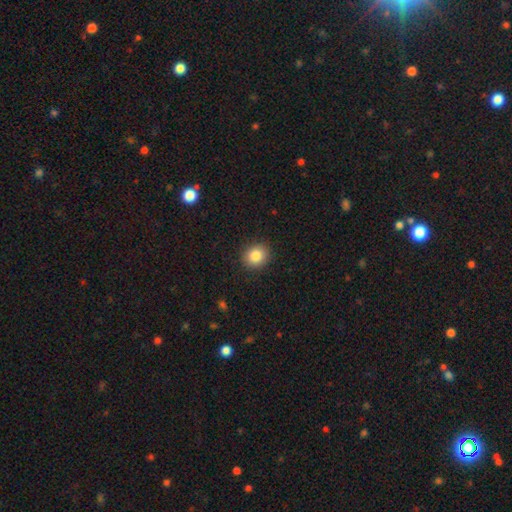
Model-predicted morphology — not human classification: Smooth or featured? Predicted: smooth (p=0.85). How rounded? Predicted: round (p=0.76). Merging? Predicted: none (p=0.90).